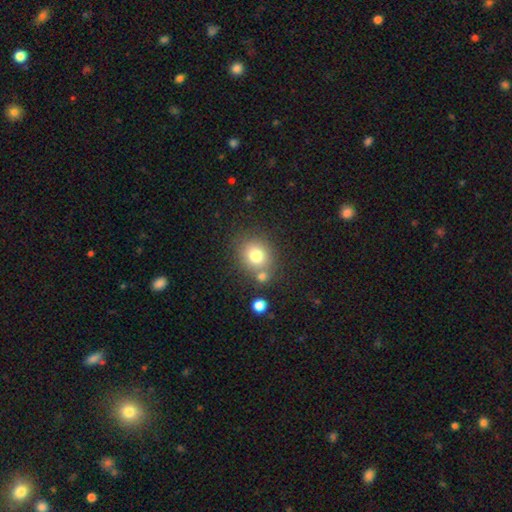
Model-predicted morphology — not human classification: Q: Smooth or featured?
A: smooth (77%); runner-up: star or artifact (12%)
Q: How rounded?
A: round (79%); runner-up: in between (20%)
Q: Merging?
A: none (66%); runner-up: merger (20%)